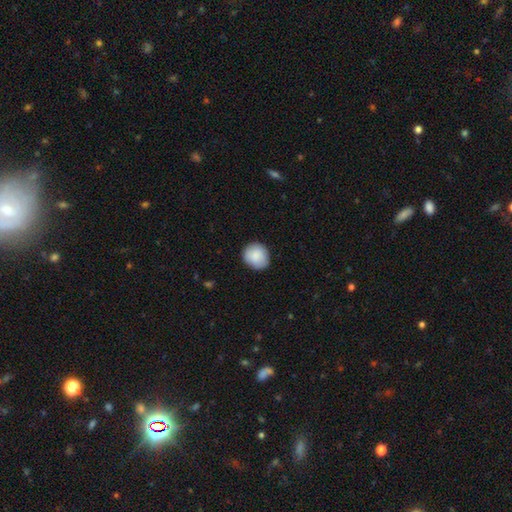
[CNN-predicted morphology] Smooth or featured? smooth (88%)
How rounded? round (79%)
Merging? none (86%)